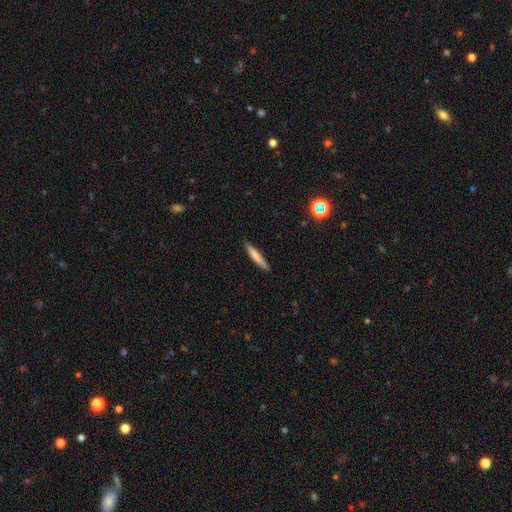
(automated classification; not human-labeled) This appears to be a smooth galaxy with no disk features (74%) that is cigar-shaped (93%). Merging: none (89%).